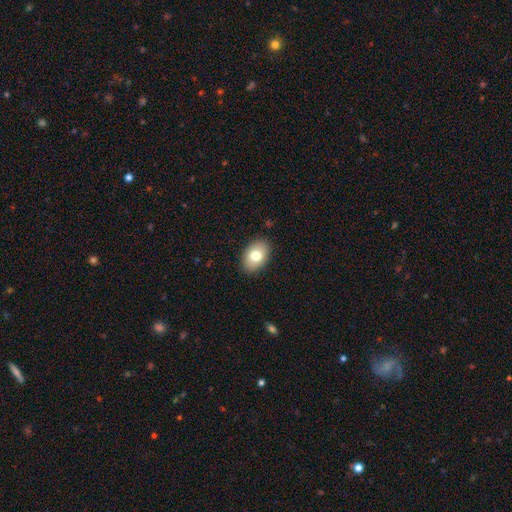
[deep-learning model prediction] A smooth galaxy with no disk features (78%) that is in between round and cigar-shaped (86%).

Vote fractions:
- Smooth or featured? smooth: 78% / featured or disk: 14% / star or artifact: 7%
- How rounded? in between: 86% / round: 13% / cigar-shaped: 1%
- Merging? none: 88% / minor disturbance: 9% / major disturbance: 2% / merger: 1%